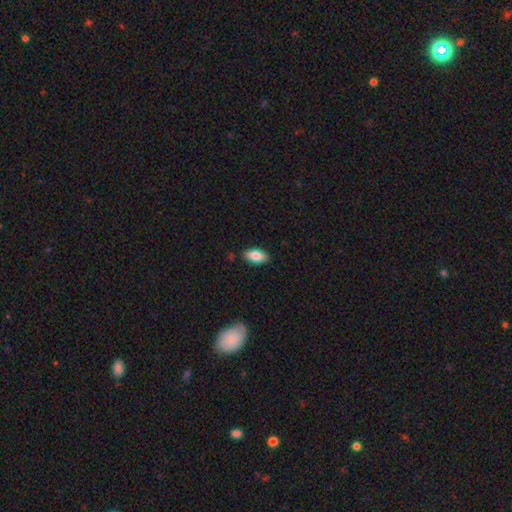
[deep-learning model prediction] Smooth or featured: smooth — 83% (featured or disk — 10%)
How rounded: in between — 91% (cigar-shaped — 7%)
Merging: none — 86% (minor disturbance — 10%)